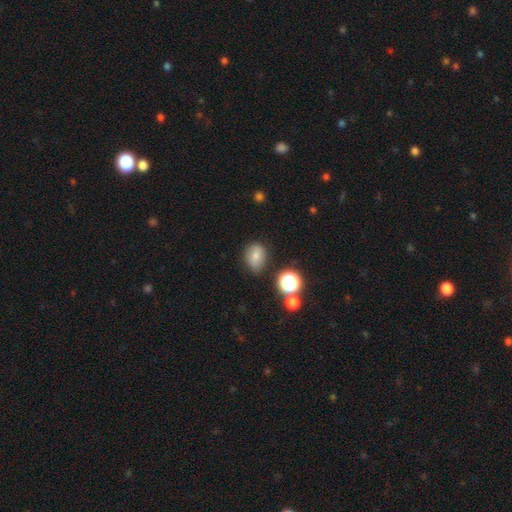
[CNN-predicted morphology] Smooth or featured? smooth (75%)
How rounded? in between (62%)
Merging? none (78%)